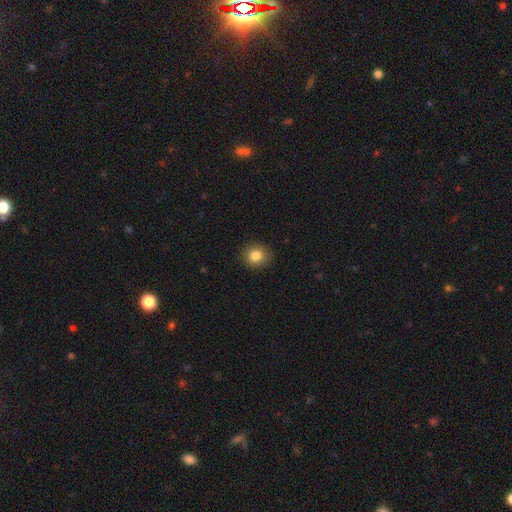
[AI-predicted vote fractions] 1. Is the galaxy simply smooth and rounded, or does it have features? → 83% smooth, 10% star or artifact, 6% featured or disk.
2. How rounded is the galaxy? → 86% round, 13% in between, 1% cigar-shaped.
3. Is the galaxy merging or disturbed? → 91% none, 6% minor disturbance, 2% major disturbance, 1% merger.